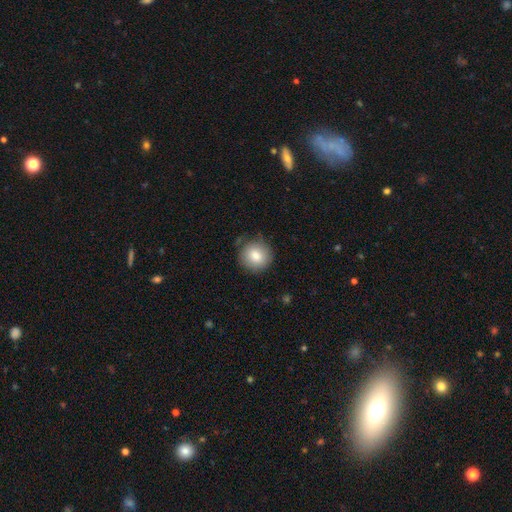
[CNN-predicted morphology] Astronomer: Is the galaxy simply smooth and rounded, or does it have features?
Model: smooth — 83%.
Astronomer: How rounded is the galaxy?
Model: round — 91%.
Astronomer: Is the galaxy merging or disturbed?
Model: none — 81%.